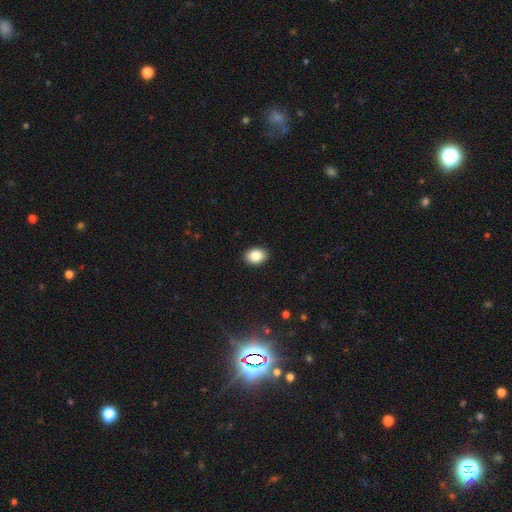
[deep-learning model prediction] Overall: smooth (85%). How rounded: in between (66%; round 33%). Merging: none (91%).